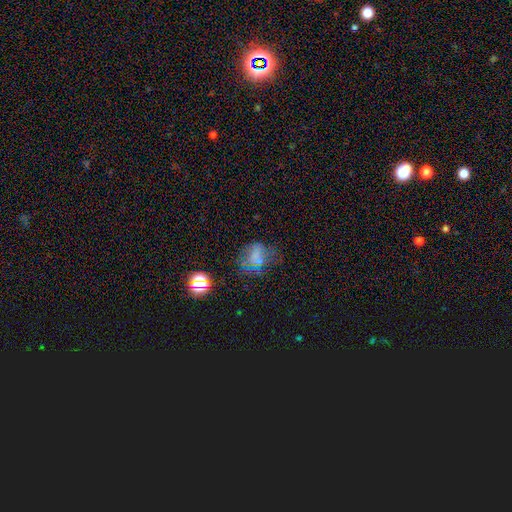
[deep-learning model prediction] smooth 49%, featured or disk 29%, star or artifact 23%. Down the decision tree: merging — none (41%).